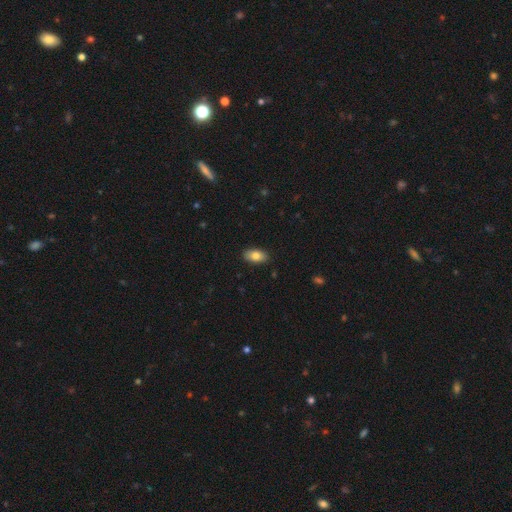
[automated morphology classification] Smooth or featured? Predicted: smooth (p=0.82). How rounded? Predicted: in between (p=0.92). Merging? Predicted: none (p=0.89).